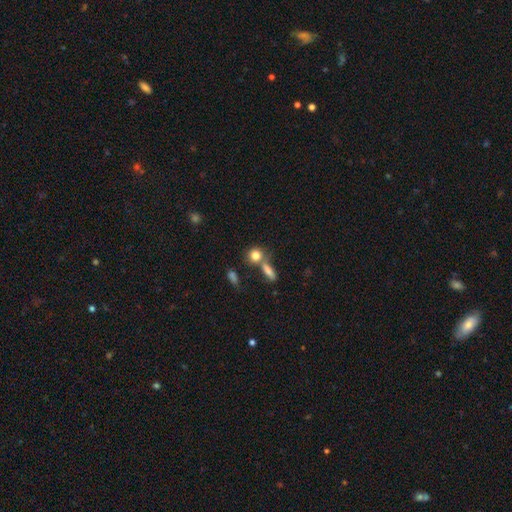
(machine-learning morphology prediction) The model was most divided on "merging": none: 52%, merger: 33%, minor disturbance: 10%, major disturbance: 5%. More confident: smooth or featured — smooth (81%); how rounded — round (73%).